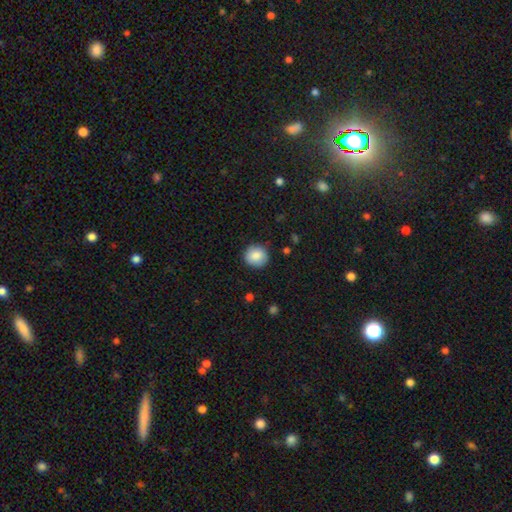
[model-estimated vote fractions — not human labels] Smooth or featured? smooth (87%)
How rounded? round (90%)
Merging? none (88%)